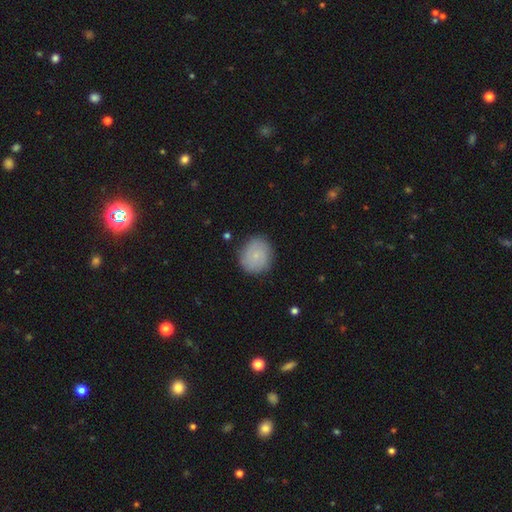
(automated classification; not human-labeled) smooth-or-featured: smooth: 75% | featured or disk: 18% | star or artifact: 7%
  how-rounded: round: 78% | in between: 21% | cigar-shaped: 1%
  merging: none: 83% | minor disturbance: 13% | major disturbance: 3% | merger: 1%